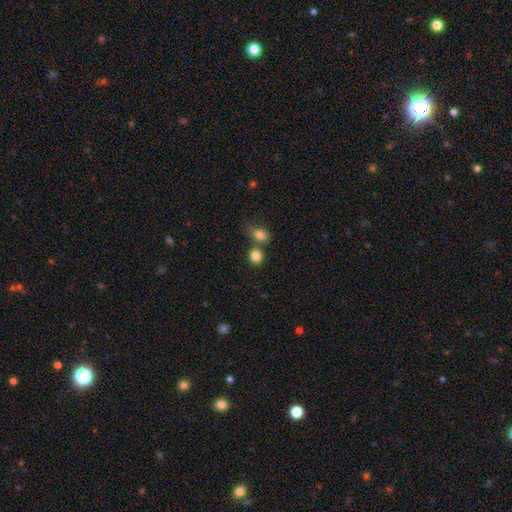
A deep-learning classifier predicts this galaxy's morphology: Smooth or featured? Predicted: smooth (p=0.85). How rounded? Predicted: round (p=0.69). Merging? Predicted: none (p=0.59).